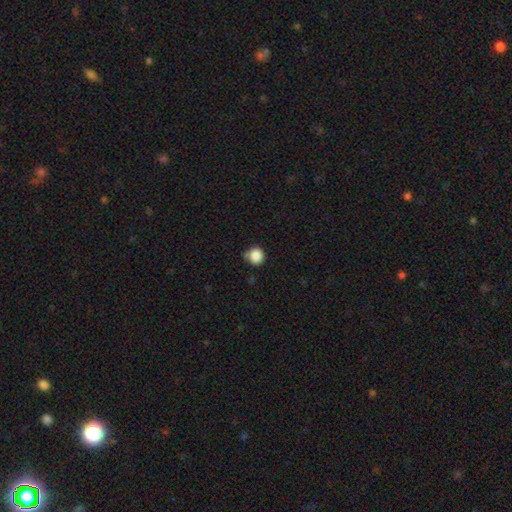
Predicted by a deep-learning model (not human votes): A smooth galaxy with no disk features (86%) that is round (93%). Merging: none (72%).